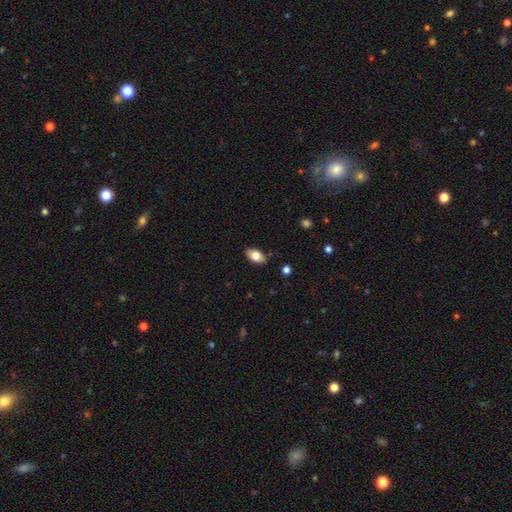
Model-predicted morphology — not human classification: smooth_or_featured: smooth (p=0.79) [alt: featured or disk p=0.13]
how_rounded: in between (p=0.92) [alt: round p=0.06]
merging: none (p=0.85) [alt: minor disturbance p=0.12]